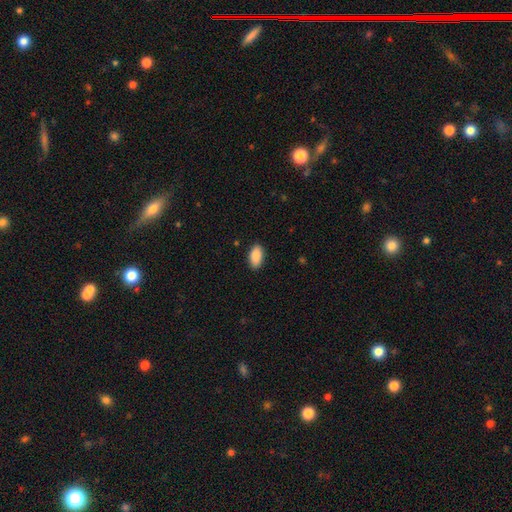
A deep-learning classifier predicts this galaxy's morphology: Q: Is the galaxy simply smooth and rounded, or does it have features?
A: smooth — 90%.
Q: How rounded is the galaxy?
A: in between — 92%.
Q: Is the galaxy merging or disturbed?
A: none — 88%.